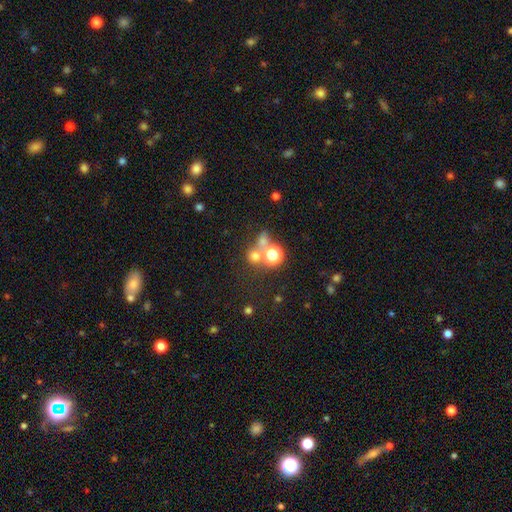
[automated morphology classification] smooth-or-featured: smooth: 49% | star or artifact: 38% | featured or disk: 13%
  merging: none: 58% | merger: 29% | minor disturbance: 8% | major disturbance: 5%